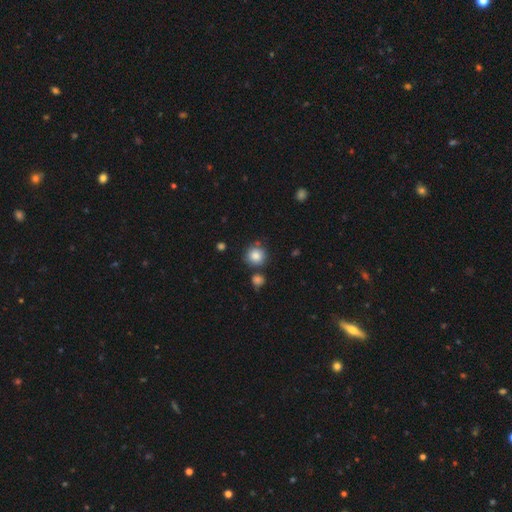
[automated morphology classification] smooth-or-featured: smooth: 85% | star or artifact: 9% | featured or disk: 6%
  how-rounded: round: 92% | in between: 7% | cigar-shaped: 1%
  merging: none: 74% | minor disturbance: 12% | merger: 10% | major disturbance: 3%